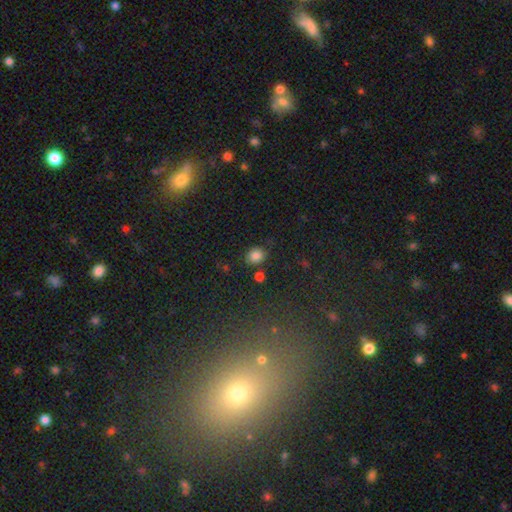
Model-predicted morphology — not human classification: Smooth or featured: smooth — 82% (star or artifact — 12%)
How rounded: round — 65% (in between — 34%)
Merging: none — 77% (minor disturbance — 12%)